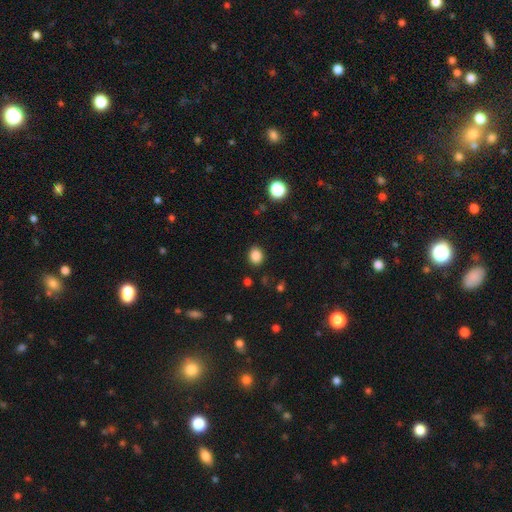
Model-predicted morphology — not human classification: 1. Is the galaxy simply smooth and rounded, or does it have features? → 86% smooth, 11% star or artifact, 4% featured or disk.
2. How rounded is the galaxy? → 54% round, 45% in between, 1% cigar-shaped.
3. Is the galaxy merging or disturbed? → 88% none, 8% minor disturbance, 2% major disturbance, 1% merger.